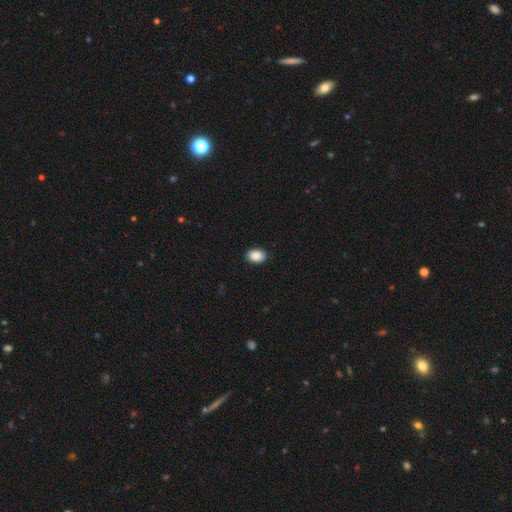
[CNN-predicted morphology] This appears to be a smooth galaxy with no disk features (89%) that is in between round and cigar-shaped (83%). Merging: none (90%).